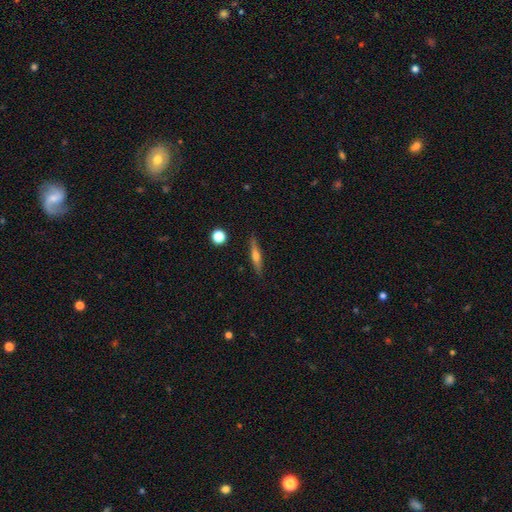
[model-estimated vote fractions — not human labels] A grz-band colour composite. It shows a featured or disk galaxy (51%) viewed edge-on (94%). Merging: none (88%).